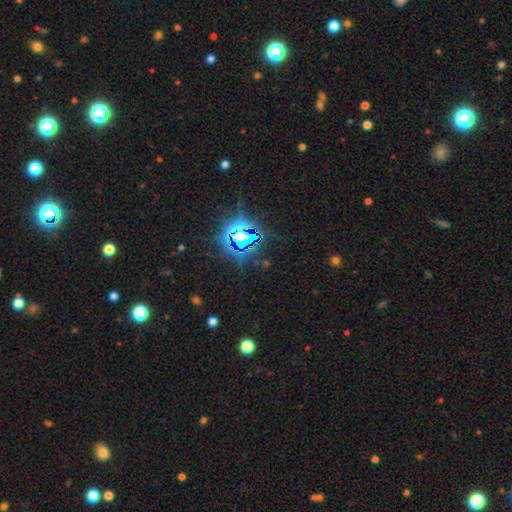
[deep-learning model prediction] Q: Smooth or featured?
A: star or artifact (82%); runner-up: smooth (12%)